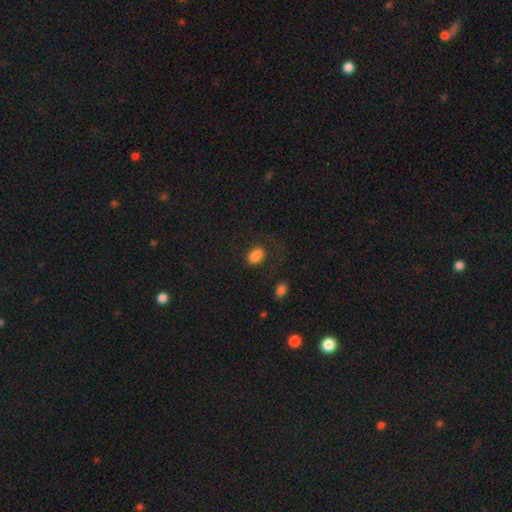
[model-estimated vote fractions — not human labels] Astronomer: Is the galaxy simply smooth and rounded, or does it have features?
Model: smooth — 84%.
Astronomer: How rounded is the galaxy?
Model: in between — 83%.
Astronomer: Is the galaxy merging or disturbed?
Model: none — 71%.